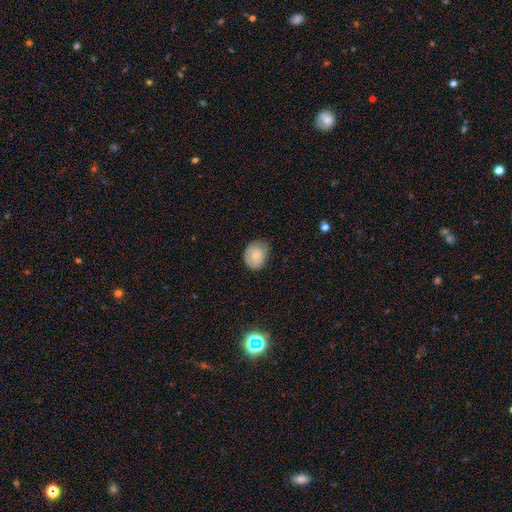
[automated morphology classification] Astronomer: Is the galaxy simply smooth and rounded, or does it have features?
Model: smooth — 75%.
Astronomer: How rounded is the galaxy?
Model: round — 52% (runner-up: in between, 47%).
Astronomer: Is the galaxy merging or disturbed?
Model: none — 64%.